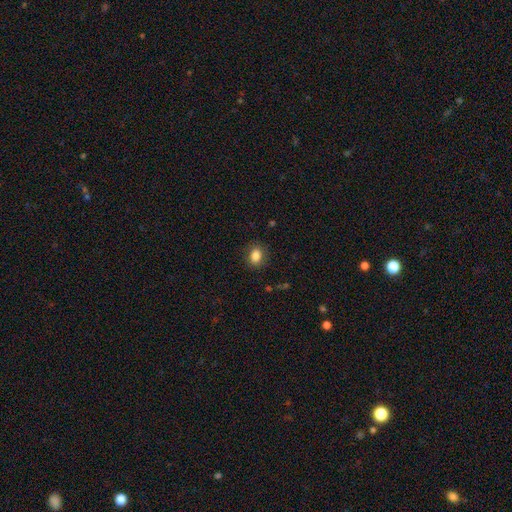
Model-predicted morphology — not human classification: This is clearly a smooth galaxy (85%). How rounded: likely in between (67%). Merging: clearly none (85%).